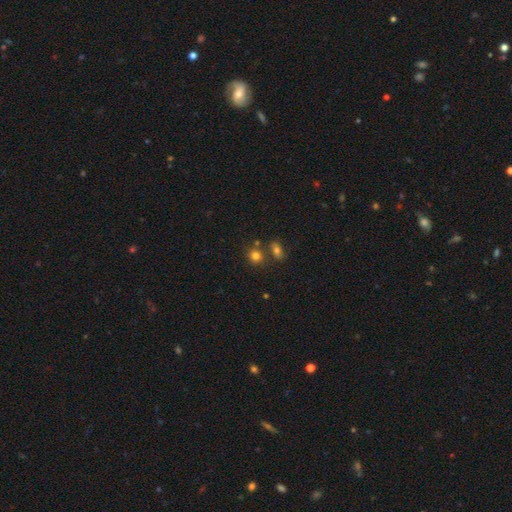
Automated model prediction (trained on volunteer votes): Morphology: type=smooth (78%); roundness=round (75%); merging=none (66%).